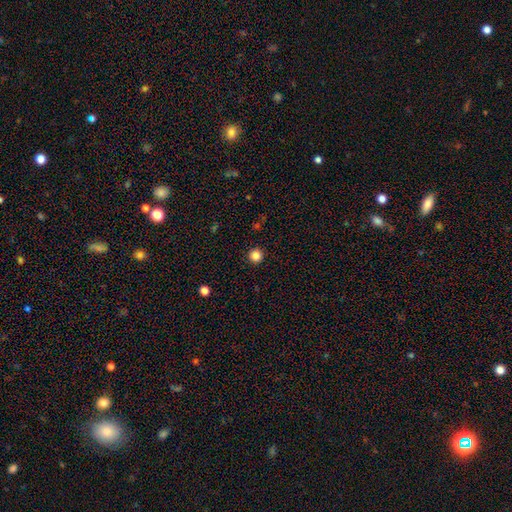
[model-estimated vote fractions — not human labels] smooth_or_featured: smooth (p=0.85) [alt: star or artifact p=0.12]
how_rounded: round (p=0.96) [alt: in between p=0.03]
merging: none (p=0.93) [alt: minor disturbance p=0.04]